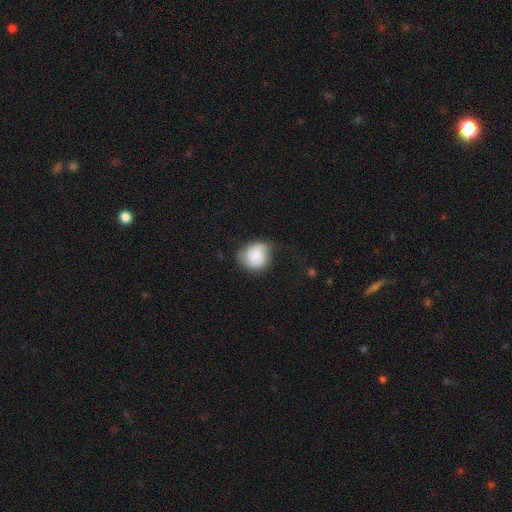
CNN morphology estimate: Overall: smooth (67%). How rounded: round (75%). Merging: none (48%; minor disturbance 34%).